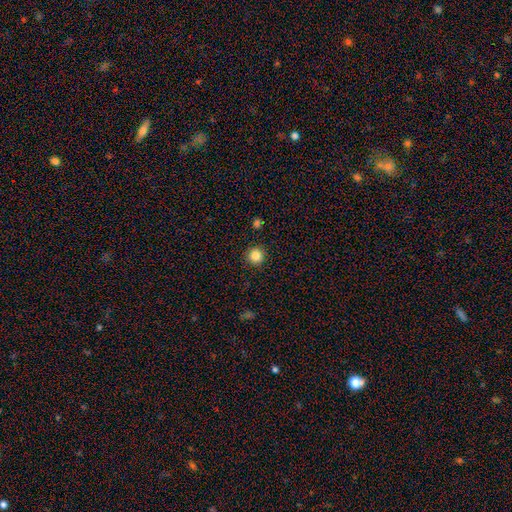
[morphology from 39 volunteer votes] Smooth or featured? smooth (95%)
How rounded? round (97%)
Merging? none (95%)